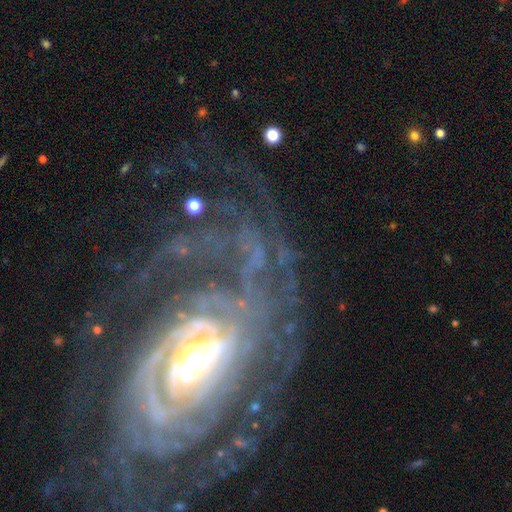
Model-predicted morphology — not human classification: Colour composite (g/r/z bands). It shows a featured or disk galaxy (85%) with no bar (42%), tight (57%) spiral arms (92%) and a small central bulge (49%). Merging: none (50%).